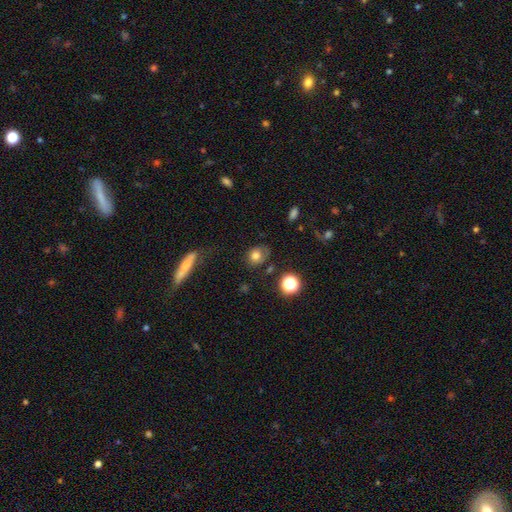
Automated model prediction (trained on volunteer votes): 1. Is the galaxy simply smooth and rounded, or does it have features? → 75% smooth, 14% star or artifact, 11% featured or disk.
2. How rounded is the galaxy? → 62% round, 37% in between, 1% cigar-shaped.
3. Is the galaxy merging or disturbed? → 61% none, 24% minor disturbance, 11% major disturbance, 4% merger.